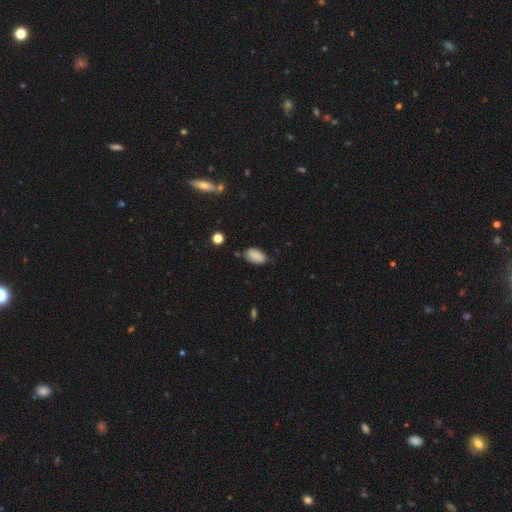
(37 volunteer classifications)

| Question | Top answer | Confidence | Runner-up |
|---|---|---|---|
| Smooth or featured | smooth | 89% | featured or disk (8%) |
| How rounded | in between | 88% | round (9%) |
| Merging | none | 64% | minor disturbance (28%) |